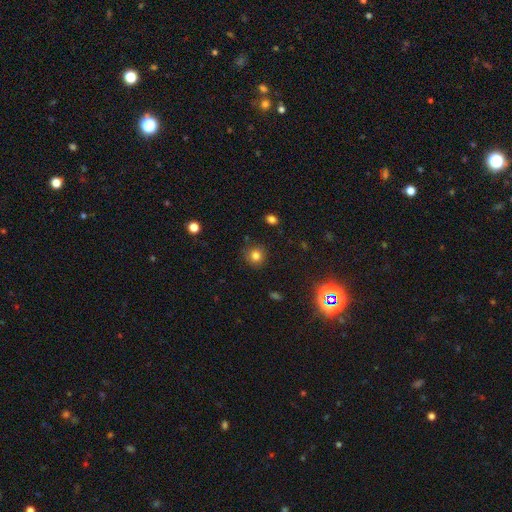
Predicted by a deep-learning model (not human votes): Smooth or featured?
  - smooth: 80% *
  - star or artifact: 14%
  - featured or disk: 6%
How rounded?
  - round: 89% *
  - in between: 10%
  - cigar-shaped: 1%
Merging?
  - none: 84% *
  - minor disturbance: 11%
  - major disturbance: 3%
  - merger: 2%